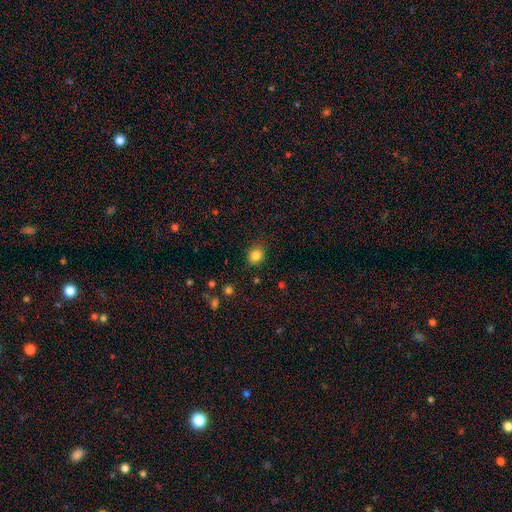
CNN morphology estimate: This appears to be a smooth galaxy with no disk features (84%) that is round (62%). Merging: none (85%).